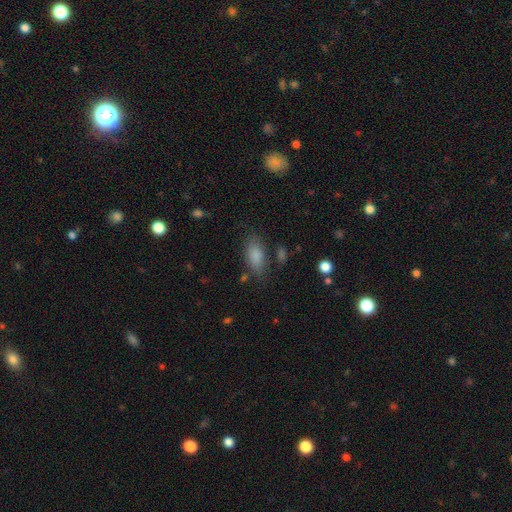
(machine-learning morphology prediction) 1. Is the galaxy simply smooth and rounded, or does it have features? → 85% smooth, 8% star or artifact, 7% featured or disk.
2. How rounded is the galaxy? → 89% in between, 8% cigar-shaped, 4% round.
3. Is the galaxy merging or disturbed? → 72% none, 18% minor disturbance, 6% major disturbance, 4% merger.